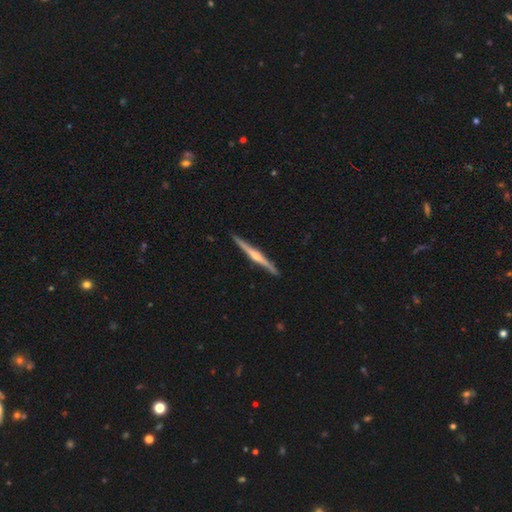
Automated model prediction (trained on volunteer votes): The model was most divided on "smooth or featured": featured or disk: 79%, smooth: 17%, star or artifact: 5%. More confident: edge-on disk — yes (98%); merging — none (91%); edge-on bulge — rounded (81%).